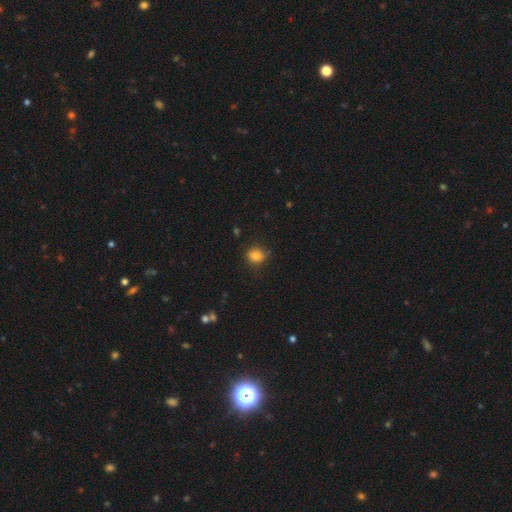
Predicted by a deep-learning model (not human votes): A smooth galaxy with no disk features (83%) that is round (66%).

Vote fractions:
- Smooth or featured? smooth: 83% / star or artifact: 11% / featured or disk: 6%
- How rounded? round: 66% / in between: 33% / cigar-shaped: 1%
- Merging? none: 71% / minor disturbance: 22% / major disturbance: 5% / merger: 2%